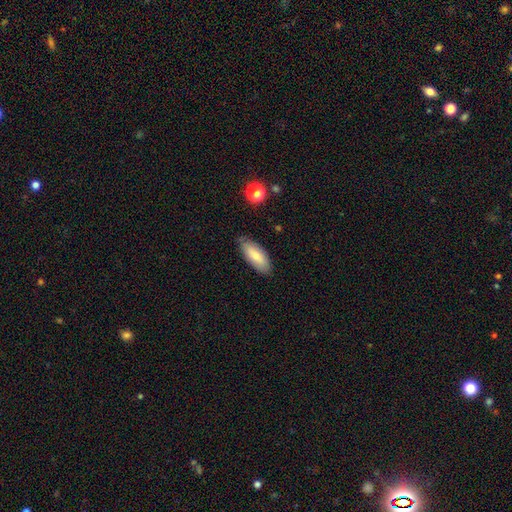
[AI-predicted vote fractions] A smooth galaxy with no disk features (72%) that is in between round and cigar-shaped (80%). Merging: none (79%).